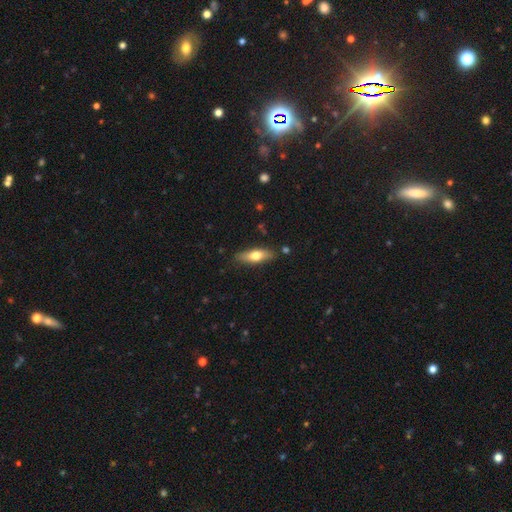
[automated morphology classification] Overall: smooth (63%; featured or disk 31%). How rounded: in between (52%; cigar-shaped 45%). Merging: none (84%).